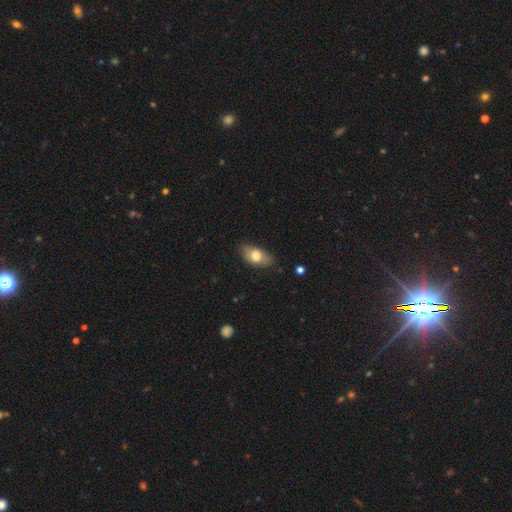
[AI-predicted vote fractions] Q: Smooth or featured?
A: smooth (73%); runner-up: featured or disk (20%)
Q: How rounded?
A: in between (89%); runner-up: round (7%)
Q: Merging?
A: none (74%); runner-up: minor disturbance (20%)